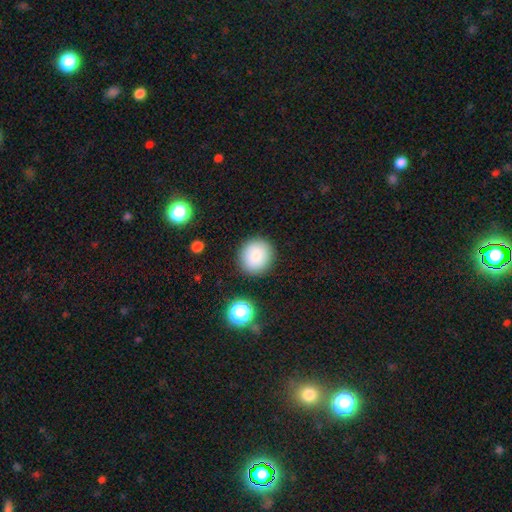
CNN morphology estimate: The model was most divided on "smooth or featured": smooth: 84%, star or artifact: 9%, featured or disk: 6%. More confident: how rounded — round (89%); merging — none (88%).